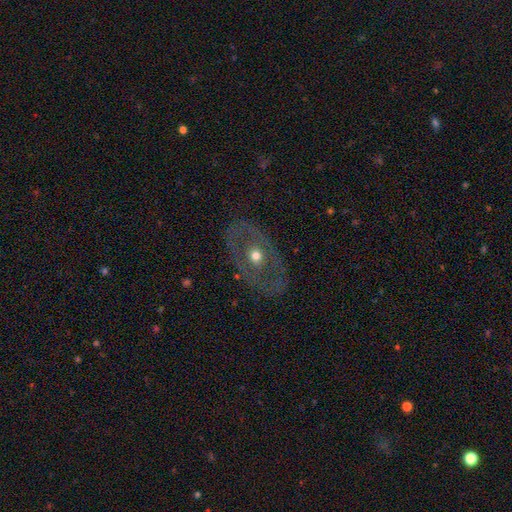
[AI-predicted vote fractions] Smooth or featured: featured or disk — 59% (smooth — 35%)
Edge-on disk: no — 91% (yes — 9%)
Bar: no — 89% (weak — 8%)
Spiral arms: no — 87% (yes — 13%)
Bulge size: moderate — 74% (small — 15%)
Merging: none — 81% (minor disturbance — 11%)